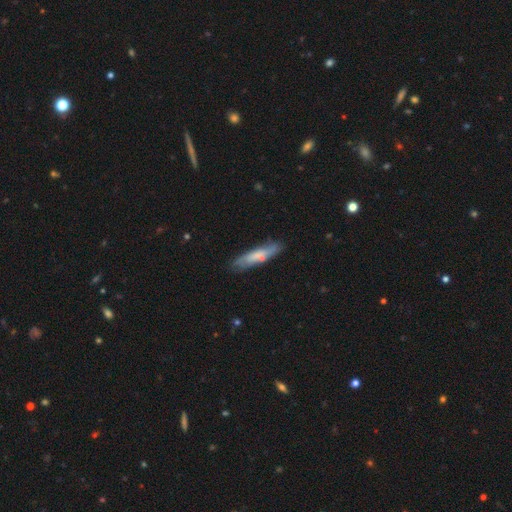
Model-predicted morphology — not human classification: A smooth galaxy with no disk features (56%) that is cigar-shaped (83%). Merging: none (75%).